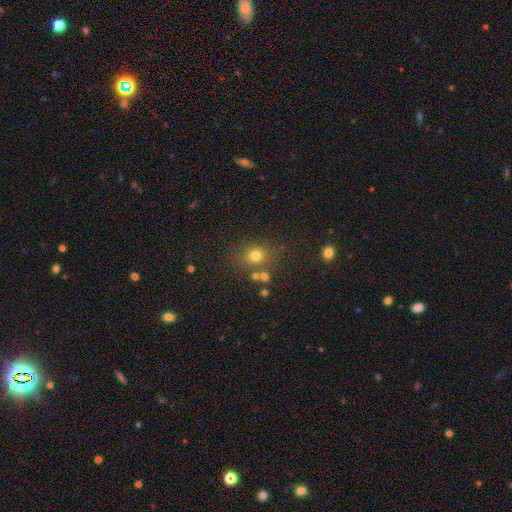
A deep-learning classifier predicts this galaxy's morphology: Smooth or featured? Predicted: smooth (p=0.73). How rounded? Predicted: round (p=0.73). Merging? Predicted: none (p=0.74).